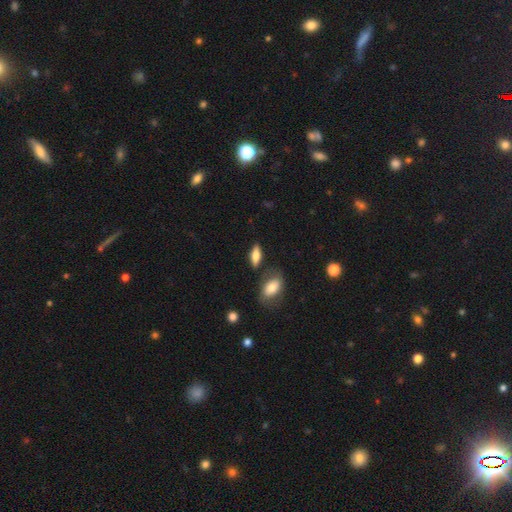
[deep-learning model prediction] smooth_or_featured: smooth (p=0.67) [alt: featured or disk p=0.26]
how_rounded: in between (p=0.66) [alt: cigar-shaped p=0.30]
merging: none (p=0.73) [alt: minor disturbance p=0.15]